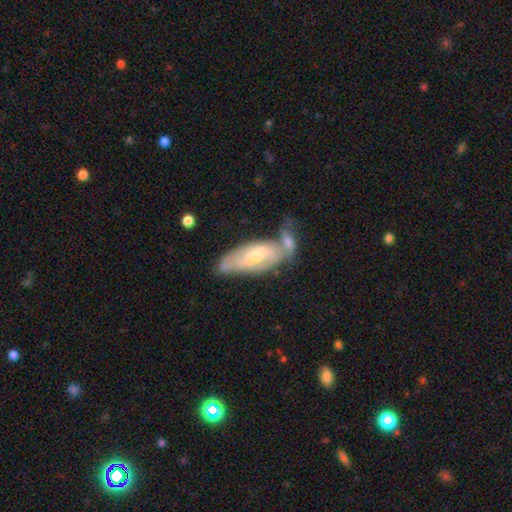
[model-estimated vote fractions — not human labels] Smooth or featured: featured or disk — 60% (smooth — 34%)
Edge-on disk: no — 83% (yes — 17%)
Merging: merger — 41% (none — 32%)